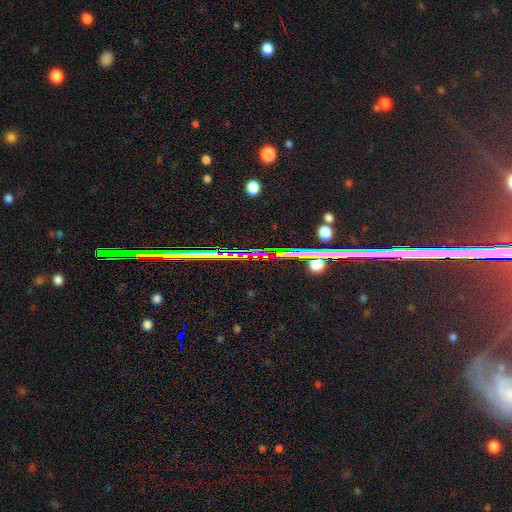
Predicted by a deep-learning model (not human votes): This appears to be a star or artifact, not a galaxy (82%).